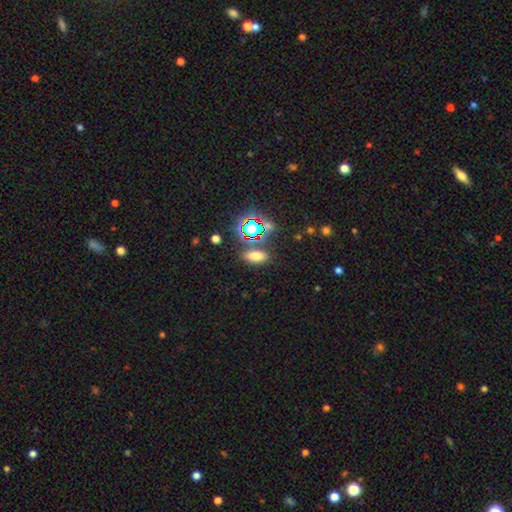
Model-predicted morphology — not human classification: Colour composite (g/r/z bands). It shows a smooth galaxy with no disk features (64%) that is in between round and cigar-shaped (80%). Merging: none (78%).